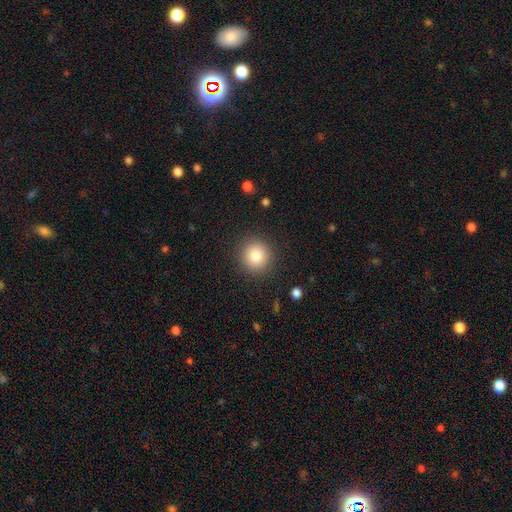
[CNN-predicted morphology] type=smooth (81%); roundness=round (93%); merging=none (90%).